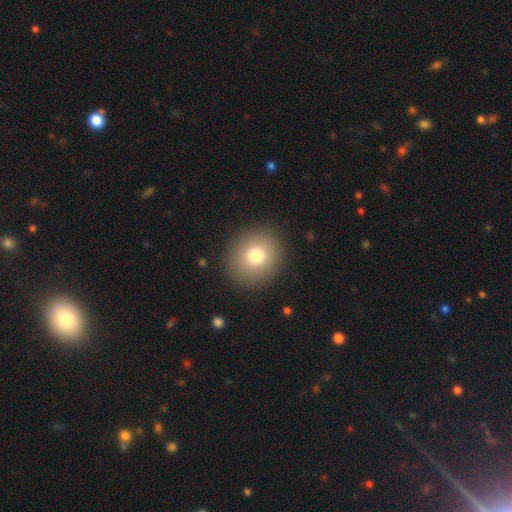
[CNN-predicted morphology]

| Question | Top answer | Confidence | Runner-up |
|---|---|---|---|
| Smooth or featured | smooth | 78% | featured or disk (12%) |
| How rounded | round | 84% | in between (15%) |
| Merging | none | 90% | minor disturbance (6%) |